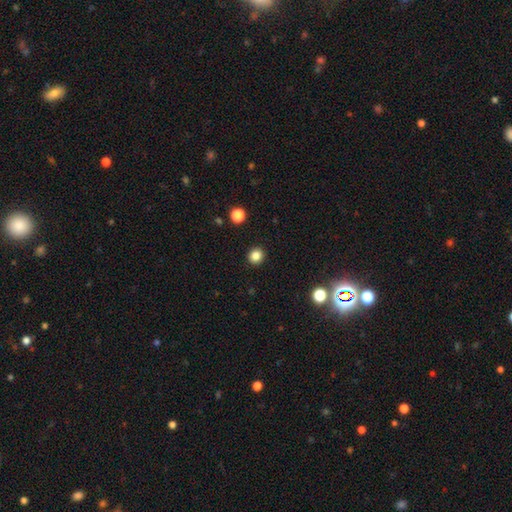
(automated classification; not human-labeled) smooth_or_featured: smooth (p=0.84) [alt: star or artifact p=0.12]
how_rounded: round (p=0.87) [alt: in between p=0.12]
merging: none (p=0.92) [alt: minor disturbance p=0.05]